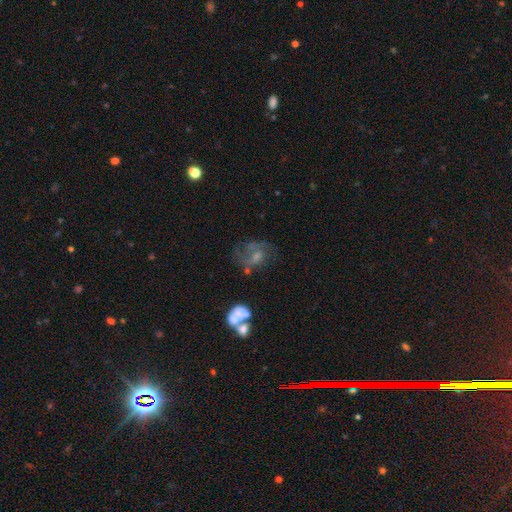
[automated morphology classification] The model was most divided on "bulge size": moderate: 40%, small: 31%, none: 20%, large: 7%, dominant: 2%. Remaining: edge-on disk — no (97%); spiral arms — yes (66%); bar — no (60%); smooth or featured — featured or disk (60%); merging — none (41%).